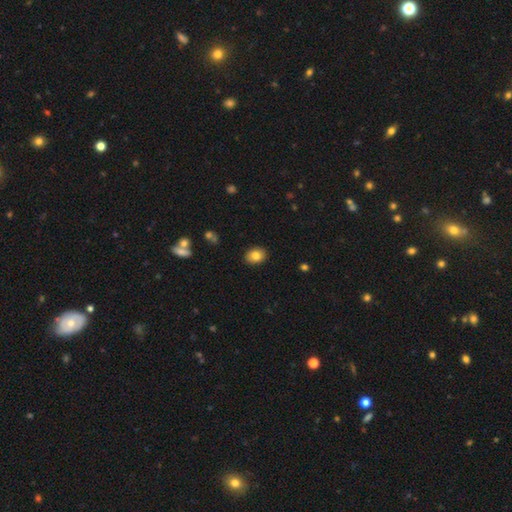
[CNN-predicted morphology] smooth-or-featured: smooth: 81% | featured or disk: 9% | star or artifact: 9%
  how-rounded: in between: 62% | round: 37% | cigar-shaped: 1%
  merging: none: 89% | minor disturbance: 8% | major disturbance: 2% | merger: 1%